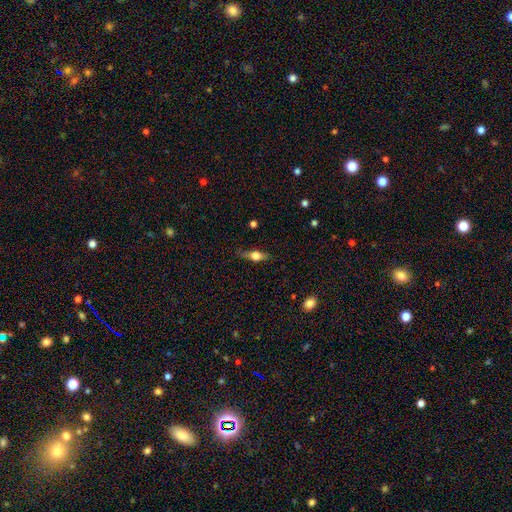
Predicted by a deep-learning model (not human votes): Overall: featured or disk (50%; smooth 42%). Edge-on disk: yes (92%). Merging: none (80%).